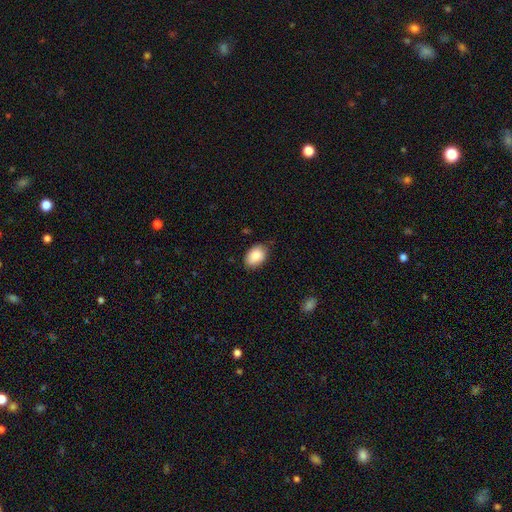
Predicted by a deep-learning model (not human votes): smooth-or-featured: smooth: 87% | star or artifact: 7% | featured or disk: 6%
  how-rounded: in between: 85% | round: 14% | cigar-shaped: 1%
  merging: none: 78% | minor disturbance: 18% | major disturbance: 3% | merger: 1%